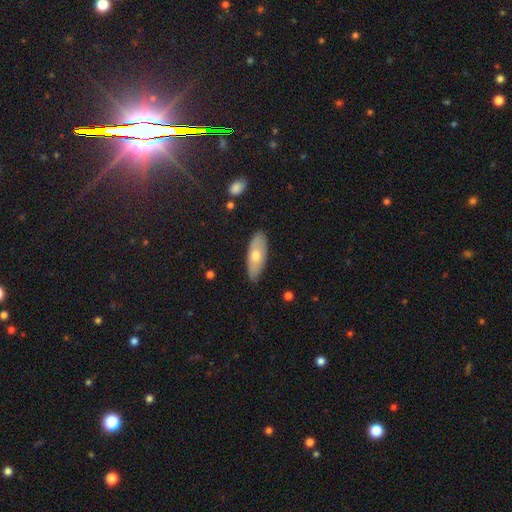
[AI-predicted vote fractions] Smooth or featured? Predicted: smooth (p=0.62). How rounded? Predicted: in between (p=0.71). Merging? Predicted: none (p=0.85).